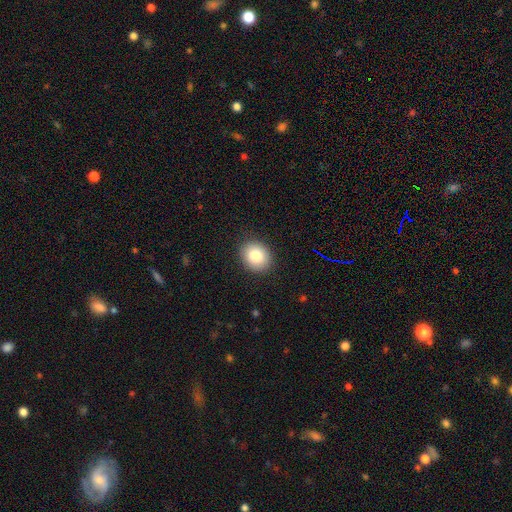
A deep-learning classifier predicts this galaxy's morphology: Smooth or featured? smooth (84%)
How rounded? round (54%)
Merging? none (88%)